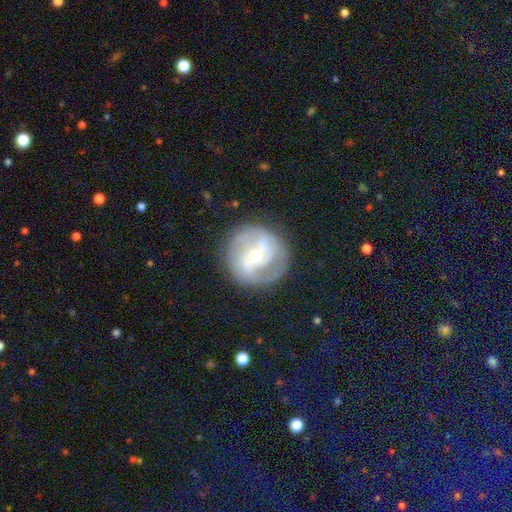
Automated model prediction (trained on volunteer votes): A featured or disk galaxy (78%) with a weak bar (41%), 2 (60%) tight (43%) spiral arms (88%) and a moderate central bulge (60%). Merging: none (78%).